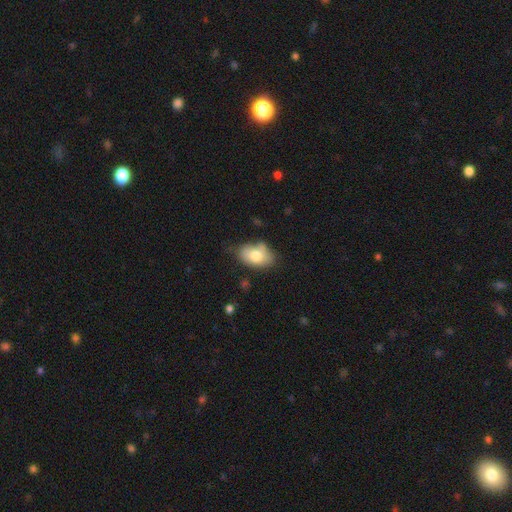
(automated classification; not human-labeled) Smooth or featured?
  - smooth: 75% *
  - featured or disk: 18%
  - star or artifact: 7%
How rounded?
  - in between: 88% *
  - round: 11%
  - cigar-shaped: 1%
Merging?
  - none: 59% *
  - minor disturbance: 29%
  - major disturbance: 8%
  - merger: 5%